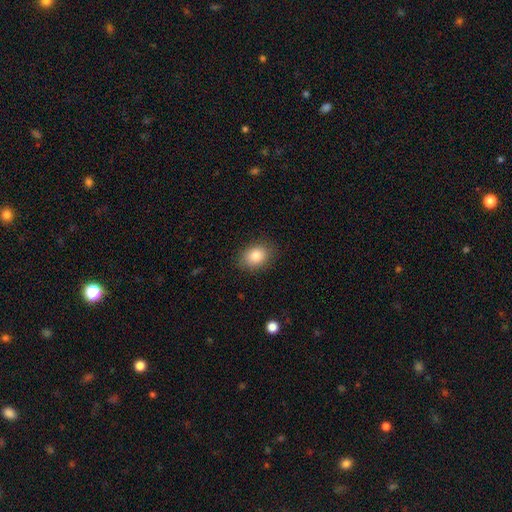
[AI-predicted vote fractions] Smooth or featured? Predicted: smooth (p=0.84). How rounded? Predicted: in between (p=0.69). Merging? Predicted: none (p=0.85).